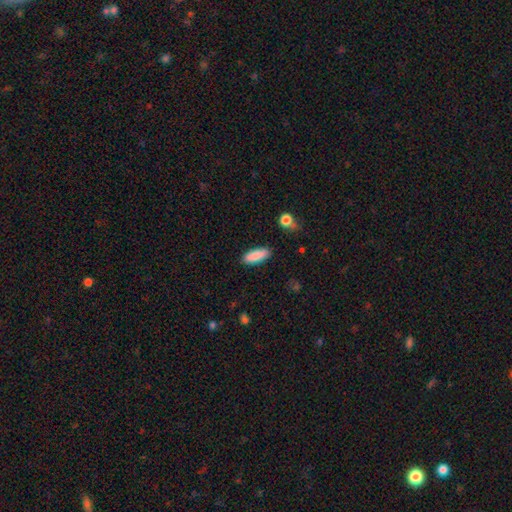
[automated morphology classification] This is clearly a smooth galaxy (88%). How rounded: likely in between (66%). Merging: clearly none (88%).